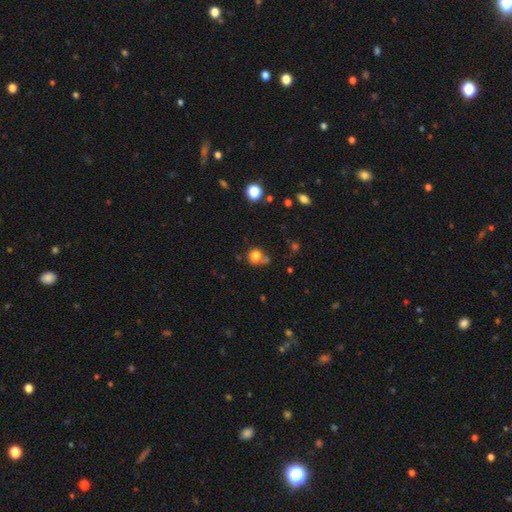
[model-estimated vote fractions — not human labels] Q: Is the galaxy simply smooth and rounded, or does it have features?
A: smooth — 78%.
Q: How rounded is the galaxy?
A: round — 79%.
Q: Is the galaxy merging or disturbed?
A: none — 50%.